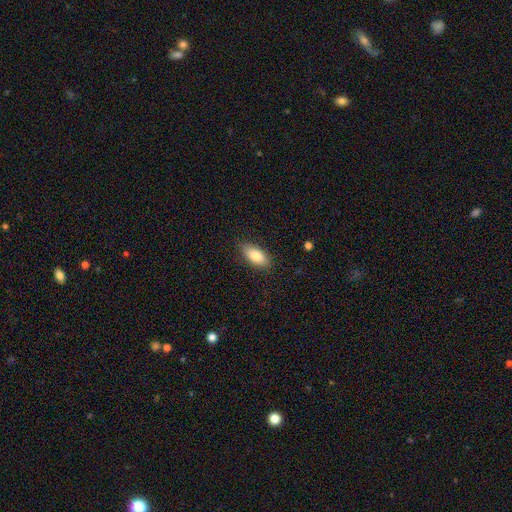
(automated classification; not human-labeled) Smooth or featured? smooth (84%)
How rounded? in between (87%)
Merging? none (85%)